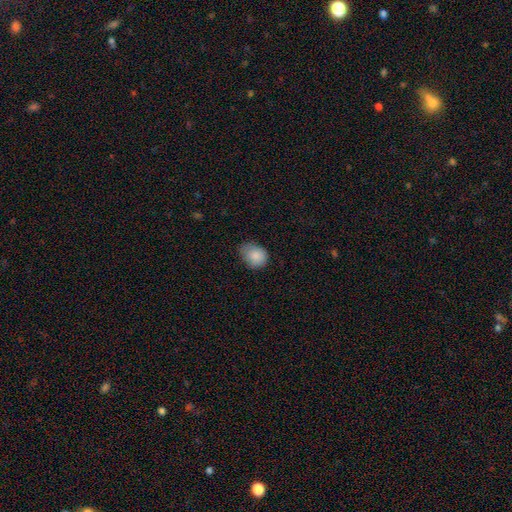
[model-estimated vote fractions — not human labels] smooth_or_featured: smooth (p=0.86) [alt: star or artifact p=0.08]
how_rounded: in between (p=0.58) [alt: round p=0.41]
merging: none (p=0.57) [alt: minor disturbance p=0.34]